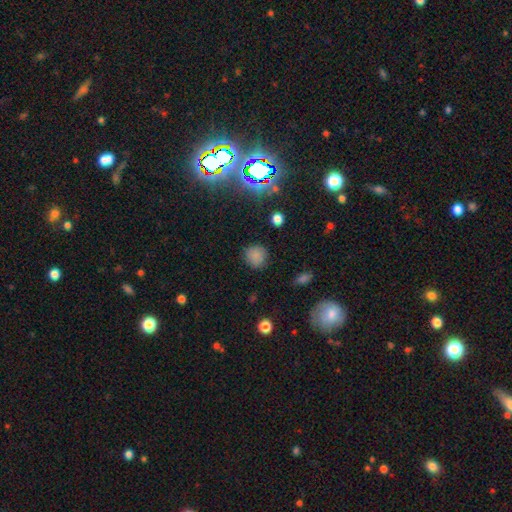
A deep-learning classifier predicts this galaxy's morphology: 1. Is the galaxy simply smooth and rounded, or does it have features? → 79% smooth, 16% star or artifact, 6% featured or disk.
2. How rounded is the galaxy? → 88% round, 11% in between, 1% cigar-shaped.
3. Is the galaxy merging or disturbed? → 84% none, 11% minor disturbance, 4% major disturbance, 2% merger.